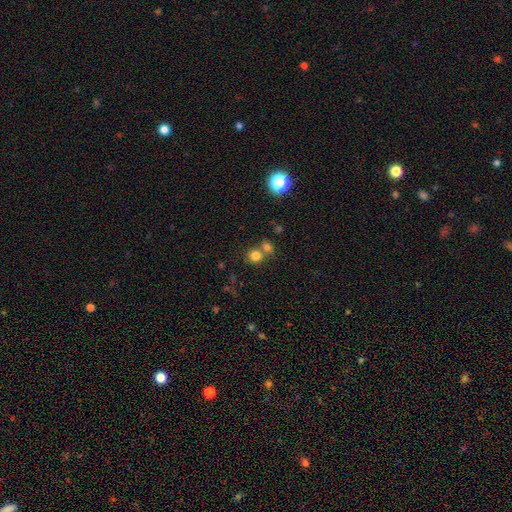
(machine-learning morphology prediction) smooth 78%, star or artifact 15%, featured or disk 7%. Down the decision tree: how rounded — round (84%); merging — none (54%).